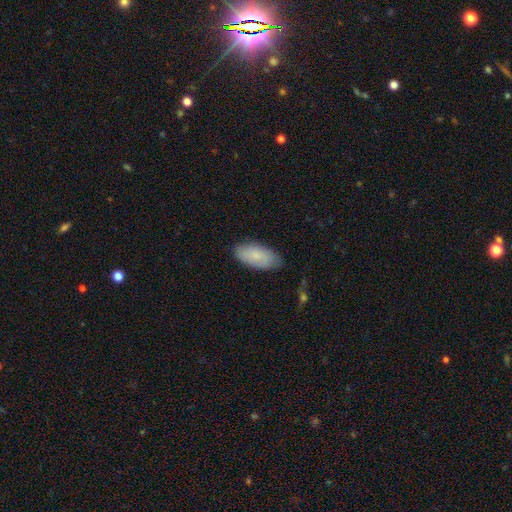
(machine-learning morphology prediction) Q: Smooth or featured?
A: smooth (79%); runner-up: featured or disk (15%)
Q: How rounded?
A: in between (92%); runner-up: cigar-shaped (6%)
Q: Merging?
A: none (80%); runner-up: minor disturbance (16%)